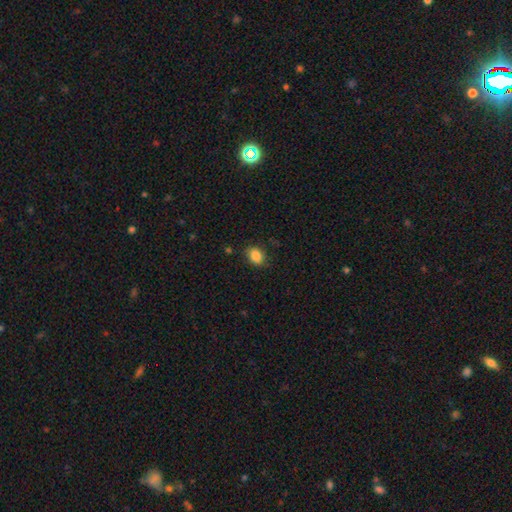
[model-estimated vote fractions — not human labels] smooth 86%, star or artifact 9%, featured or disk 4%. Down the decision tree: how rounded — in between (65%); merging — none (82%).